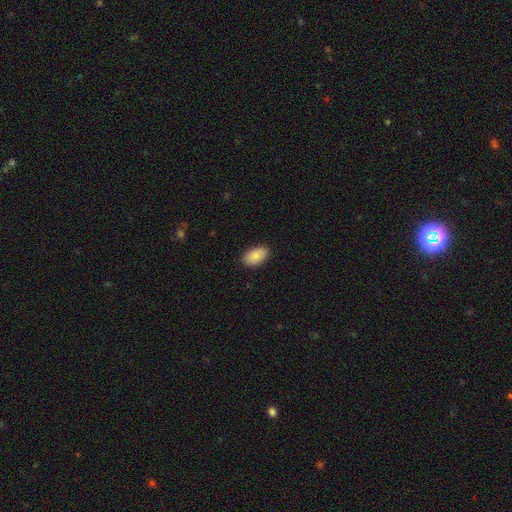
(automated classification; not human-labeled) This is clearly a smooth galaxy (87%). How rounded: clearly in between (94%). Merging: clearly none (89%).